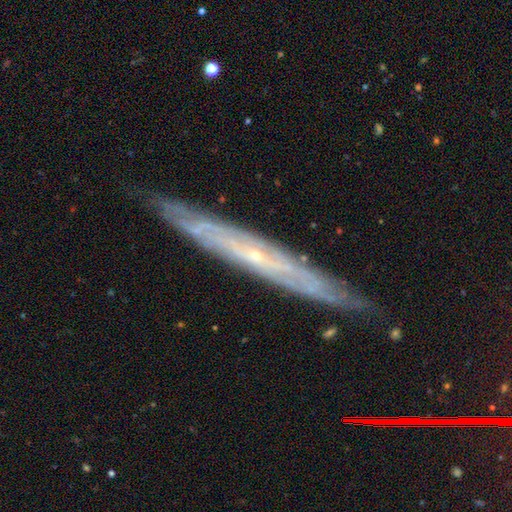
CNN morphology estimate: This appears to be a featured or disk galaxy (78%) viewed edge-on (71%) with no central bulge (58%). Merging: none (84%).